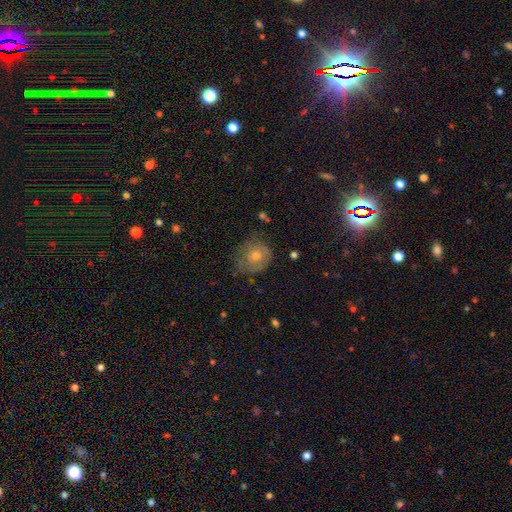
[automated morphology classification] smooth-or-featured: smooth: 43% | featured or disk: 39% | star or artifact: 18%
  merging: none: 64% | minor disturbance: 24% | major disturbance: 11% | merger: 2%